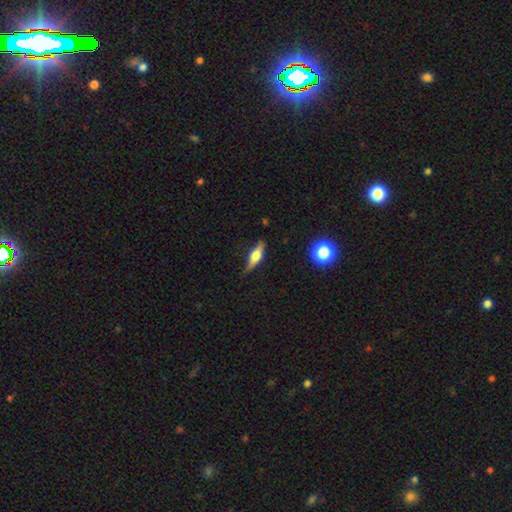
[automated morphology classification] A featured or disk galaxy (60%) viewed edge-on (94%) with a rounded central bulge (91%).

Vote fractions:
- Smooth or featured? featured or disk: 60% / smooth: 33% / star or artifact: 7%
- Edge-on disk? yes: 94% / no: 6%
- Edge-on bulge? rounded: 91% / boxy: 7% / none: 2%
- Merging? none: 80% / minor disturbance: 15% / major disturbance: 3% / merger: 1%